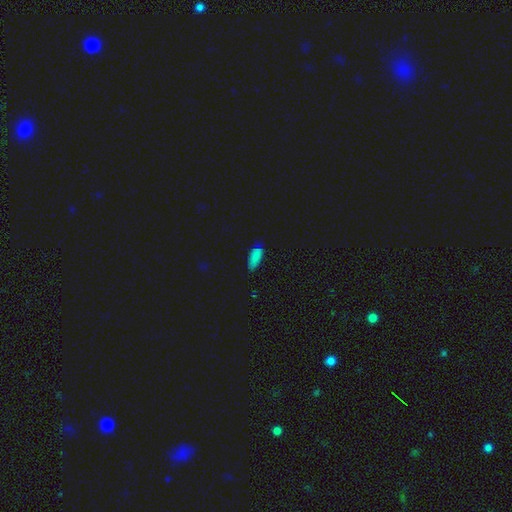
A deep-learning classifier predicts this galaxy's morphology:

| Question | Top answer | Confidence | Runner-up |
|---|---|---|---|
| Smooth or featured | smooth | 83% | star or artifact (12%) |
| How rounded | in between | 78% | cigar-shaped (19%) |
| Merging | none | 71% | minor disturbance (23%) |